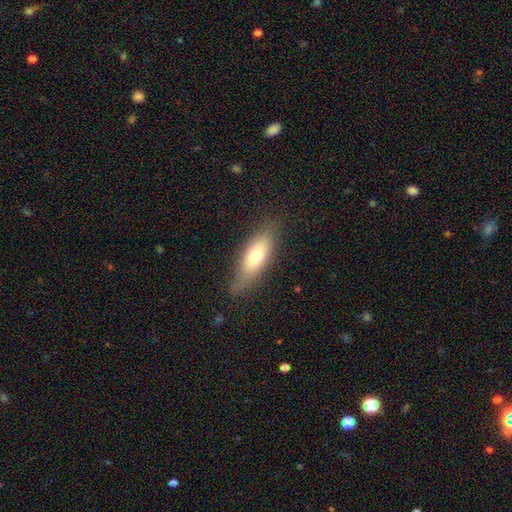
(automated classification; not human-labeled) Q: Smooth or featured?
A: smooth (64%); runner-up: featured or disk (29%)
Q: How rounded?
A: in between (64%); runner-up: cigar-shaped (32%)
Q: Merging?
A: none (73%); runner-up: minor disturbance (19%)